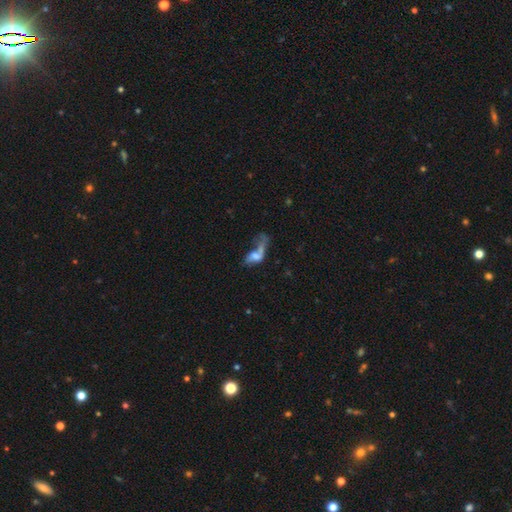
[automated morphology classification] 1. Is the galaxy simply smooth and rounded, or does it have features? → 47% smooth, 39% featured or disk, 13% star or artifact.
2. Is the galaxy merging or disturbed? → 41% major disturbance, 33% merger, 16% none, 11% minor disturbance.